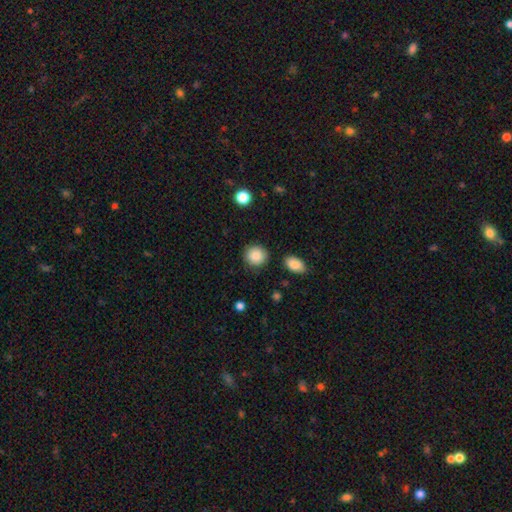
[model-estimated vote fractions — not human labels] smooth 87%, star or artifact 8%, featured or disk 5%. Down the decision tree: how rounded — round (87%); merging — none (86%).